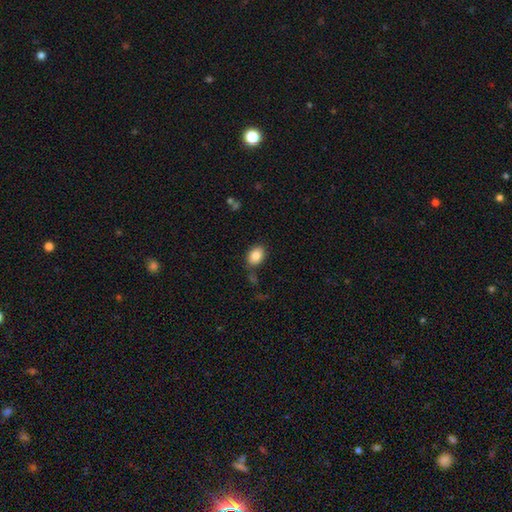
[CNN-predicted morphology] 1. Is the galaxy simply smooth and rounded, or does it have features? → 86% smooth, 8% star or artifact, 6% featured or disk.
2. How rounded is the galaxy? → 80% in between, 19% round, 1% cigar-shaped.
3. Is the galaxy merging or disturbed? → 78% none, 13% minor disturbance, 5% merger, 4% major disturbance.